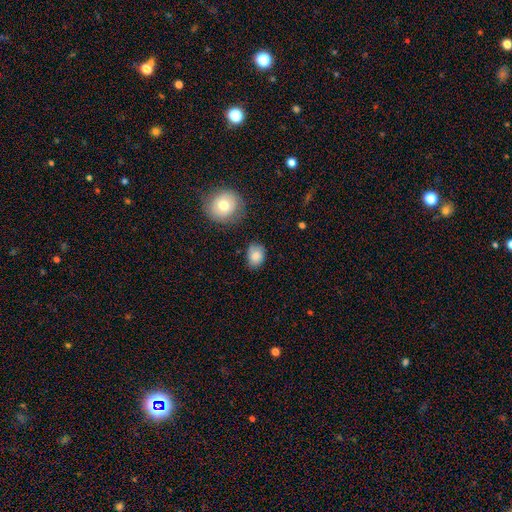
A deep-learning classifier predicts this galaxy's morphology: type=smooth (82%); roundness=in between (60%); merging=none (66%).